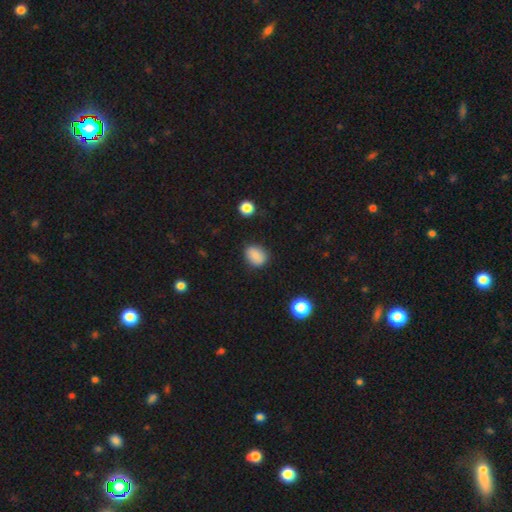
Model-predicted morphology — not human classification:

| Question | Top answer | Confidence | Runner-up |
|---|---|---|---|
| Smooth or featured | smooth | 84% | star or artifact (10%) |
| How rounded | in between | 58% | round (41%) |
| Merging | none | 81% | minor disturbance (14%) |